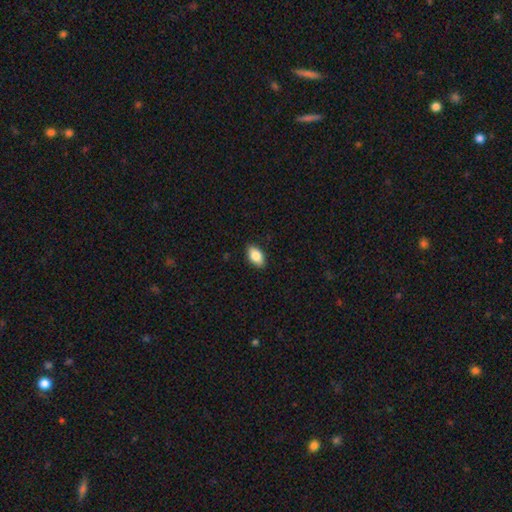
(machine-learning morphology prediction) This is clearly a smooth galaxy (84%). How rounded: clearly in between (92%). Merging: clearly none (89%).